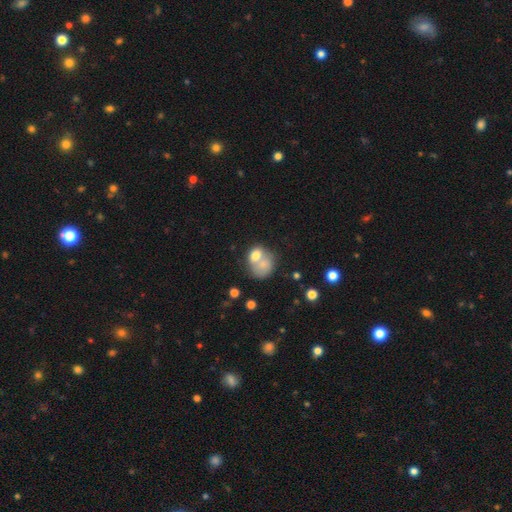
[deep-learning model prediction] The model was most divided on "how rounded": in between: 50%, round: 49%, cigar-shaped: 1%. More confident: smooth or featured — smooth (70%); merging — merger (64%).